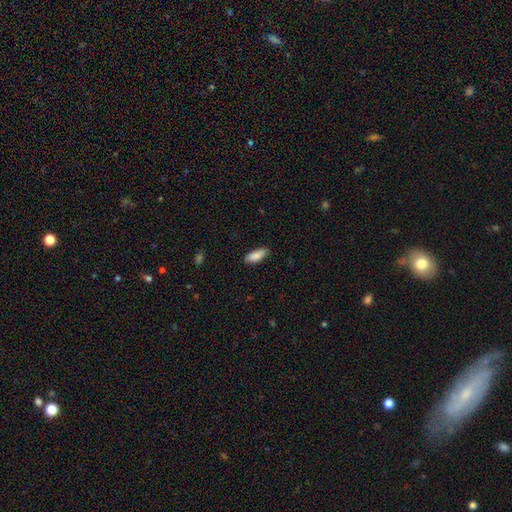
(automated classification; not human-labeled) Smooth or featured? Predicted: smooth (p=0.88). How rounded? Predicted: in between (p=0.76). Merging? Predicted: none (p=0.83).